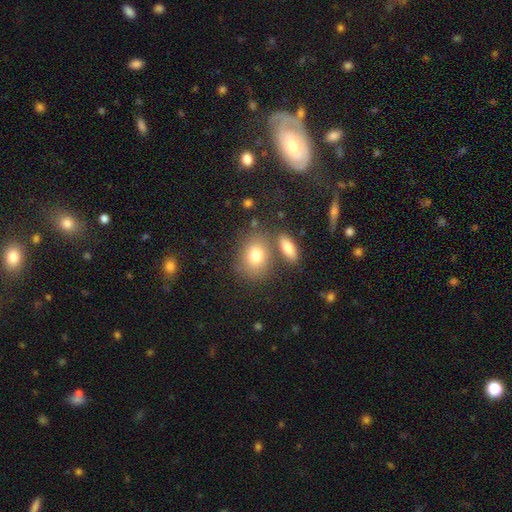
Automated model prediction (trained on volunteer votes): The model was most divided on "how rounded": in between: 57%, round: 41%, cigar-shaped: 2%. More confident: smooth or featured — smooth (78%); merging — none (62%).